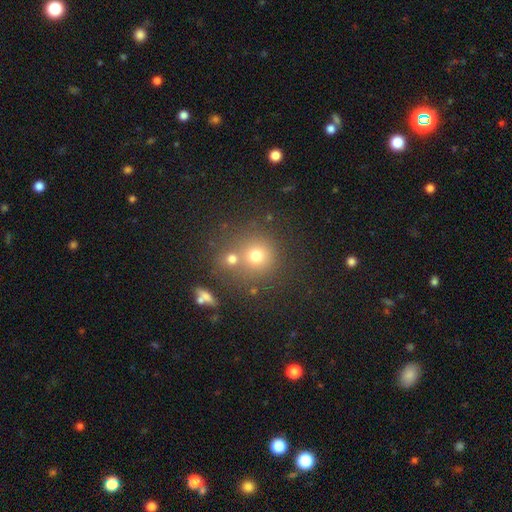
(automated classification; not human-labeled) A smooth galaxy with no disk features (71%) that is round (90%).

Vote fractions:
- Smooth or featured? smooth: 71% / star or artifact: 18% / featured or disk: 11%
- How rounded? round: 90% / in between: 9% / cigar-shaped: 1%
- Merging? none: 57% / merger: 31% / minor disturbance: 8% / major disturbance: 4%